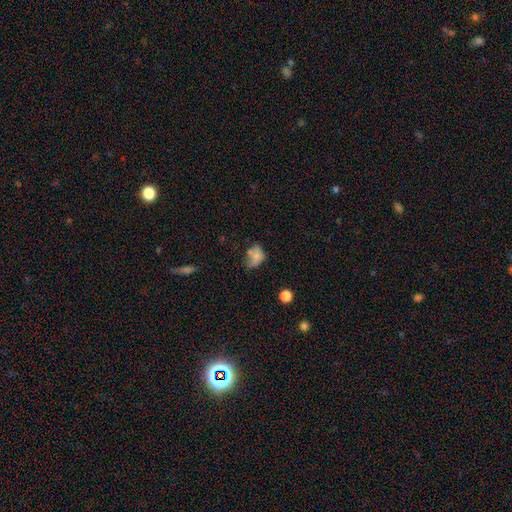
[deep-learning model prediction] smooth_or_featured: smooth (p=0.67) [alt: featured or disk p=0.21]
how_rounded: in between (p=0.64) [alt: round p=0.34]
merging: none (p=0.34) [alt: minor disturbance p=0.31]